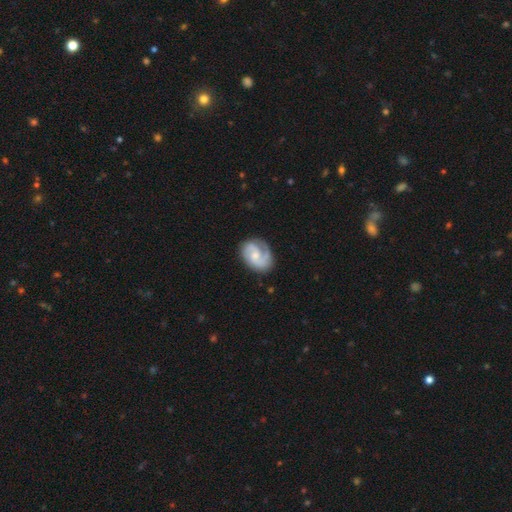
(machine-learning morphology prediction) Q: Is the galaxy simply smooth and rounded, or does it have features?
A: featured or disk — 80%.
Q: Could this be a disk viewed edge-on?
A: no — 98%.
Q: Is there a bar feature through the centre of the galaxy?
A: no — 56%.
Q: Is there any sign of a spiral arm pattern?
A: yes — 95%.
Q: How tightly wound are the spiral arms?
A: medium — 47%.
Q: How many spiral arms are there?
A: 2 — 73%.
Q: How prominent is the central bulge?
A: small — 46%.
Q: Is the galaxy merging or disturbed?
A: none — 72%.